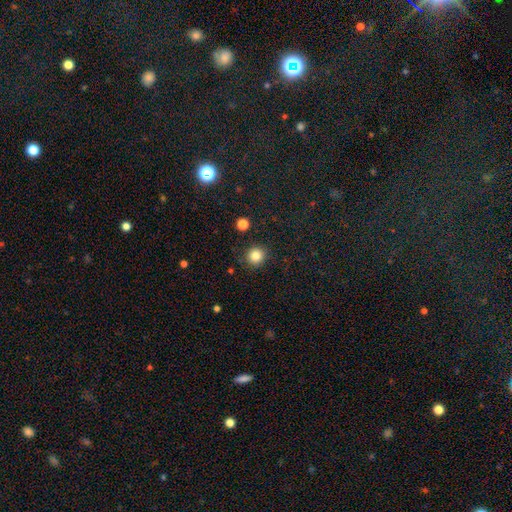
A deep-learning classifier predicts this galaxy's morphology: This is clearly a smooth galaxy (84%). How rounded: clearly round (94%). Merging: clearly none (90%).